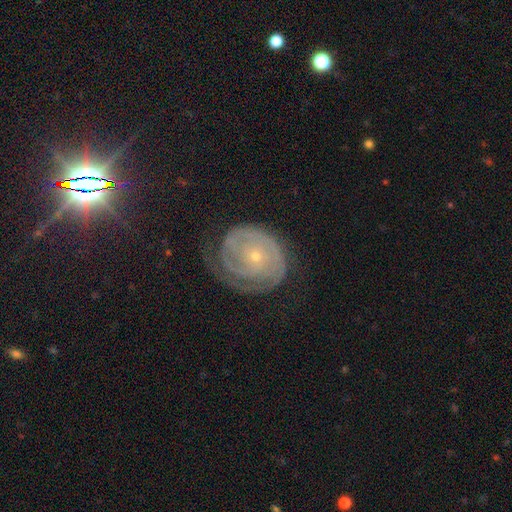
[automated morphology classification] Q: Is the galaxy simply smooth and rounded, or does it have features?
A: featured or disk — 81%.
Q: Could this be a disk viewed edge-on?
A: no — 97%.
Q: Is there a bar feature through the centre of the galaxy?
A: no — 82%.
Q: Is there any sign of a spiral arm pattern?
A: yes — 93%.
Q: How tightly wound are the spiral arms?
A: tight — 79%.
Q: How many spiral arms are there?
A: can't tell — 32%.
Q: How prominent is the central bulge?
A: small — 81%.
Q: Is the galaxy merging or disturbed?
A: none — 64%.